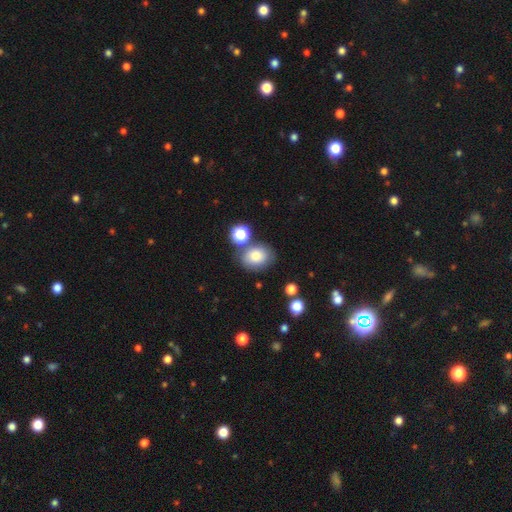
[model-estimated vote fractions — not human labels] smooth 79%, star or artifact 11%, featured or disk 10%. Down the decision tree: how rounded — in between (56%); merging — none (67%).